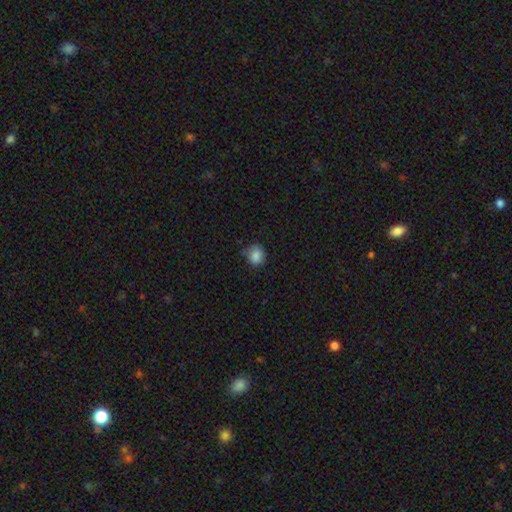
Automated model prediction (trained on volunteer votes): Smooth or featured?
  - smooth: 86% *
  - star or artifact: 10%
  - featured or disk: 5%
How rounded?
  - round: 78% *
  - in between: 21%
  - cigar-shaped: 1%
Merging?
  - none: 71% *
  - minor disturbance: 23%
  - major disturbance: 4%
  - merger: 2%